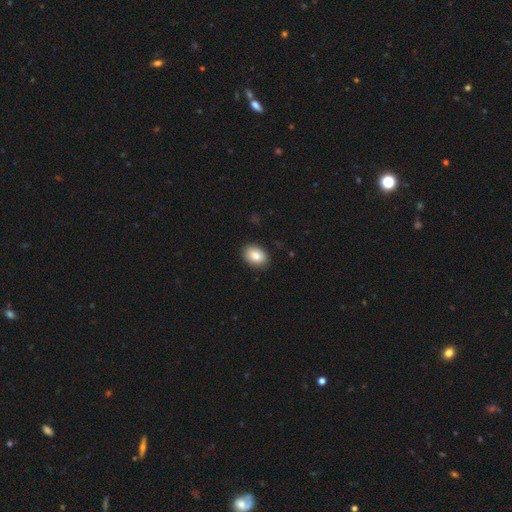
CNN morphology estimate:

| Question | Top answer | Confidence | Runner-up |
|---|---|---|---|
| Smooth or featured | smooth | 85% | featured or disk (8%) |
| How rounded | in between | 79% | round (20%) |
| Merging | none | 89% | minor disturbance (8%) |